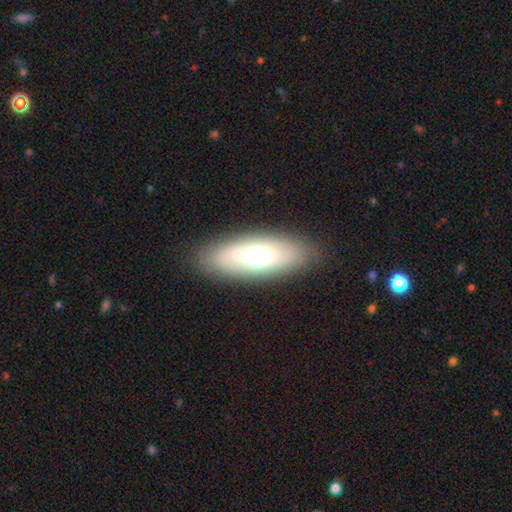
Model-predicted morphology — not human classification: type=smooth (56%); roundness=in between (71%); merging=none (84%).